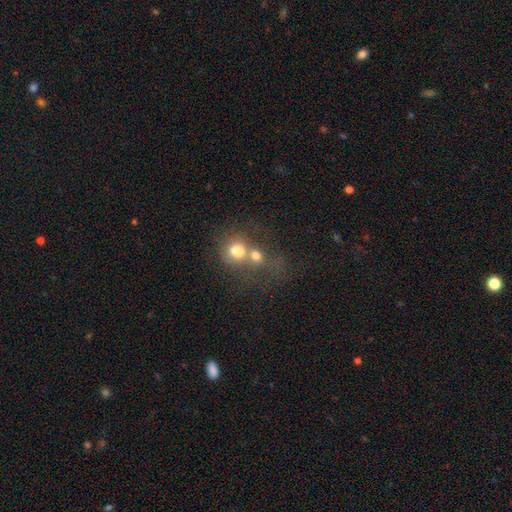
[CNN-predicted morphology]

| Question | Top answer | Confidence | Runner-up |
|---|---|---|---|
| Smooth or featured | smooth | 67% | featured or disk (20%) |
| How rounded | round | 70% | in between (29%) |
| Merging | merger | 67% | none (22%) |